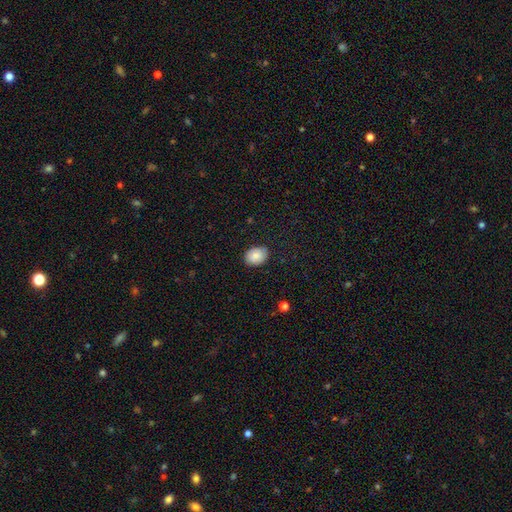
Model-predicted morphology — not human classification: Overall: smooth (86%). How rounded: in between (62%; round 37%). Merging: none (84%).